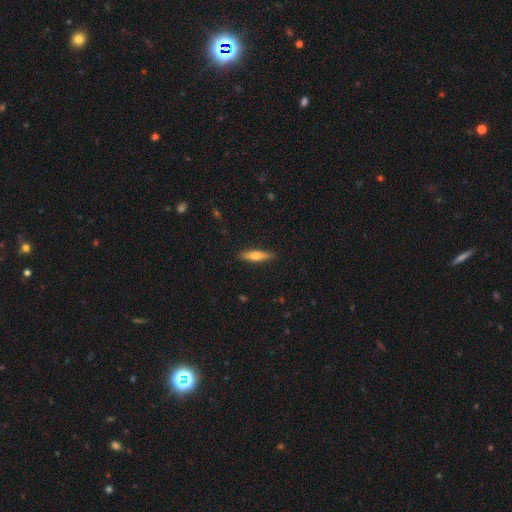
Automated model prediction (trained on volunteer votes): Smooth or featured: smooth — 67% (featured or disk — 27%)
How rounded: cigar-shaped — 71% (in between — 27%)
Merging: none — 88% (minor disturbance — 9%)